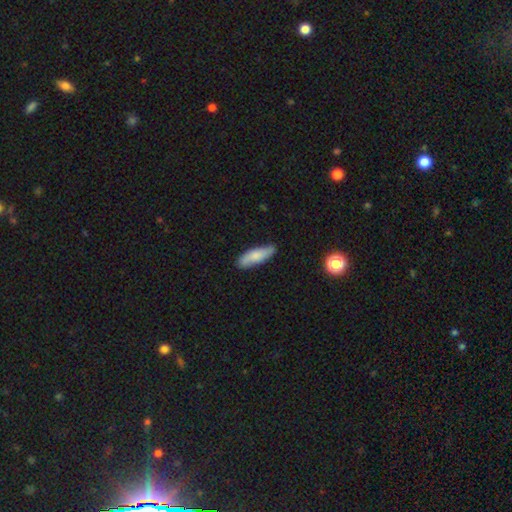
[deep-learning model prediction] smooth 74%, featured or disk 20%, star or artifact 6%. Down the decision tree: how rounded — cigar-shaped (50%); merging — none (82%).